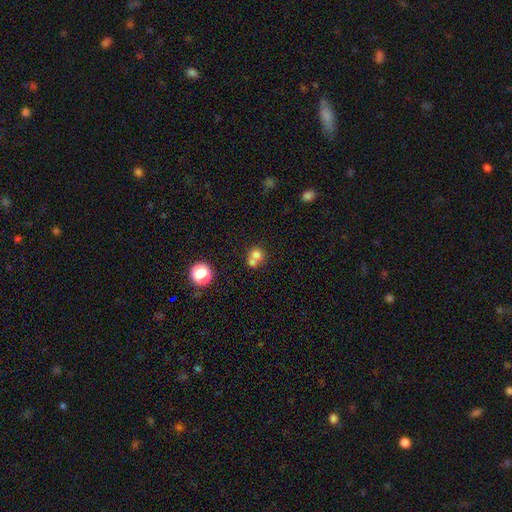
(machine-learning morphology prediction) smooth 71%, featured or disk 15%, star or artifact 14%. Down the decision tree: how rounded — round (81%); merging — merger (56%).